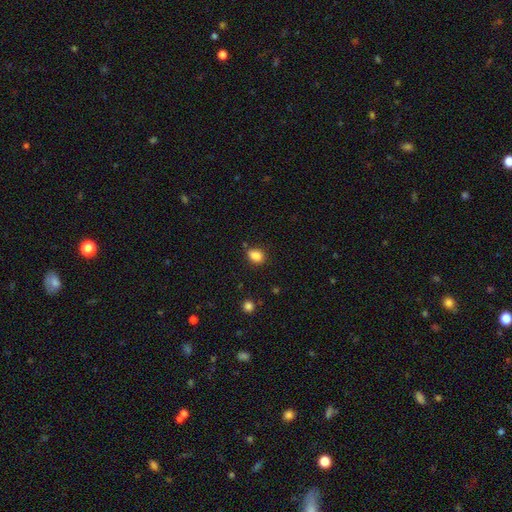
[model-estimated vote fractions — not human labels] Smooth or featured? smooth (85%)
How rounded? in between (69%)
Merging? none (71%)